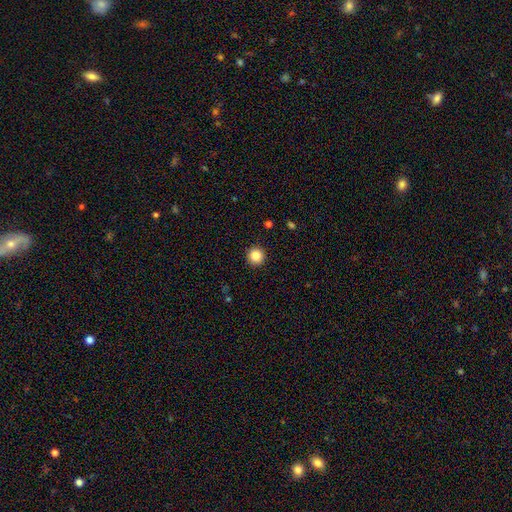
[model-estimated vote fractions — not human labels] A smooth galaxy with no disk features (85%) that is round (96%). Merging: none (93%).